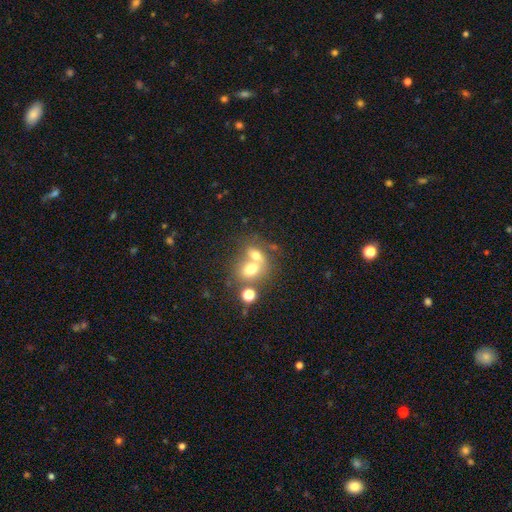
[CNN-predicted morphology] smooth 66%, featured or disk 21%, star or artifact 13%. Down the decision tree: how rounded — in between (57%); merging — merger (65%).